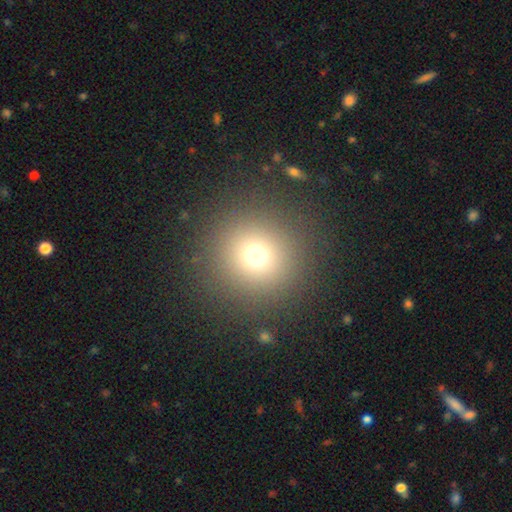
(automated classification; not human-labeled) Smooth or featured? Predicted: smooth (p=0.71). How rounded? Predicted: round (p=0.95). Merging? Predicted: none (p=0.89).